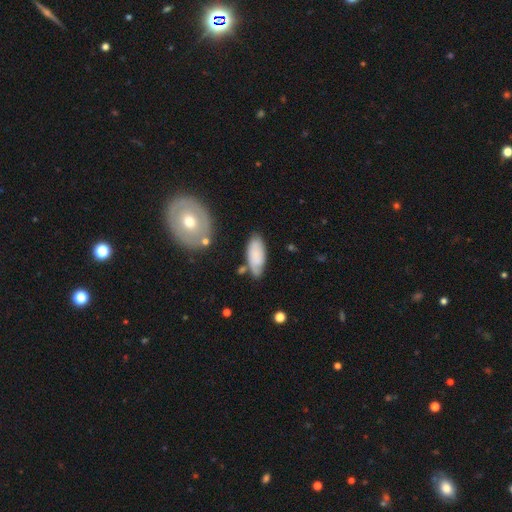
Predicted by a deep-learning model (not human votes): Morphology: type=smooth (68%); roundness=in between (83%); merging=none (67%).